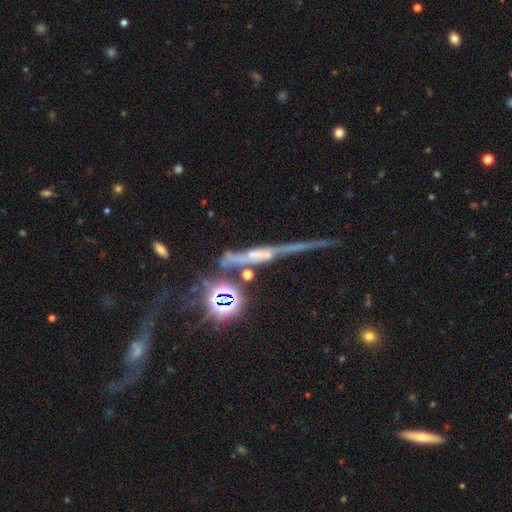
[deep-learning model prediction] Overall: featured or disk (60%; star or artifact 22%). Edge-on disk: yes (85%). Edge-on bulge: none (41%; rounded 38%). Merging: none (49%; minor disturbance 20%).